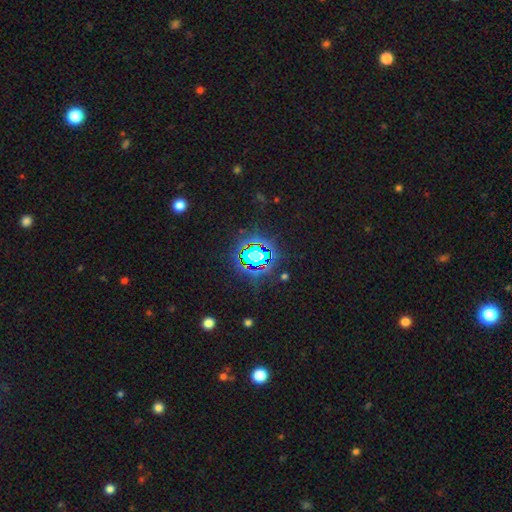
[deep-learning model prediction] This appears to be a star or artifact, not a galaxy (82%).